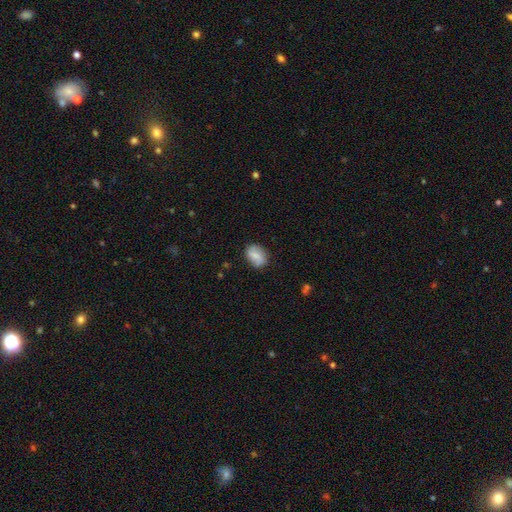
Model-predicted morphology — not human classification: The model was most divided on "how rounded": in between: 65%, round: 33%, cigar-shaped: 2%. More confident: merging — none (75%); smooth or featured — smooth (64%).